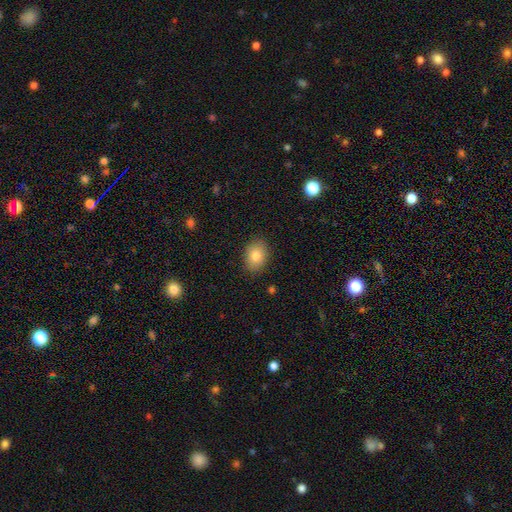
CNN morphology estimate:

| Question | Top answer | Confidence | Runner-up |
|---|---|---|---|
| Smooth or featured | smooth | 81% | featured or disk (10%) |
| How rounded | in between | 70% | round (29%) |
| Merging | none | 87% | minor disturbance (9%) |